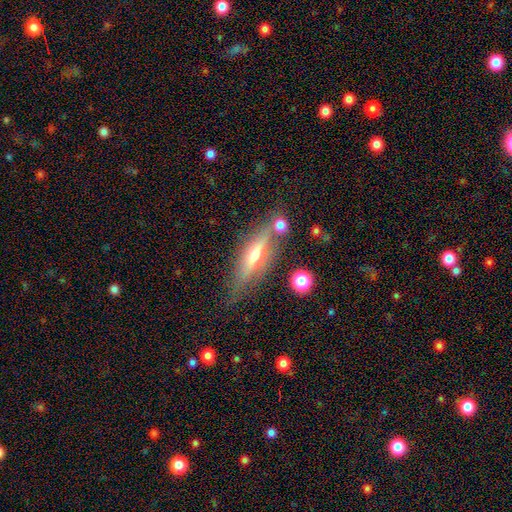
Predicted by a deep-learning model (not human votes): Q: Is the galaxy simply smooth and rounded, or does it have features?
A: featured or disk — 65%.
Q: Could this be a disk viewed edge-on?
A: yes — 90%.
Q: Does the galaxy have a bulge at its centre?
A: rounded — 84%.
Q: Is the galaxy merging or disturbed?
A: none — 72%.